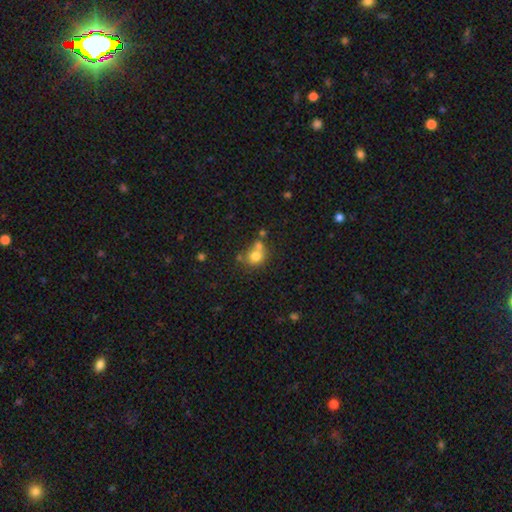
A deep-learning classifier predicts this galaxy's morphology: Smooth or featured? Predicted: smooth (p=0.73). How rounded? Predicted: round (p=0.78). Merging? Predicted: none (p=0.43).